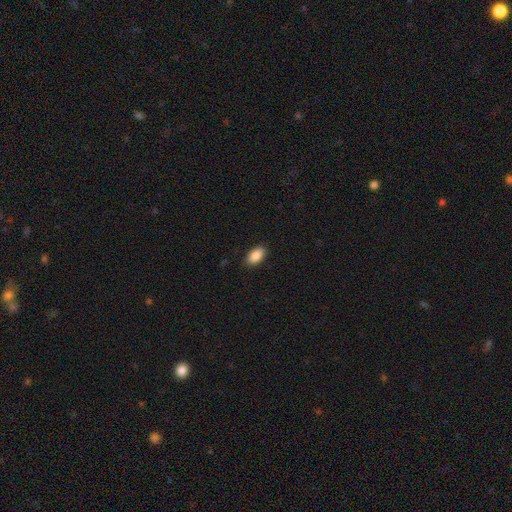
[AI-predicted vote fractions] This is clearly a smooth galaxy (88%). How rounded: clearly in between (94%). Merging: clearly none (89%).